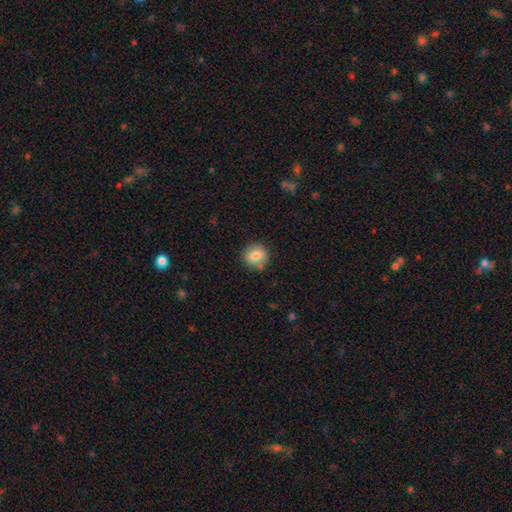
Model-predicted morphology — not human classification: This appears to be a smooth galaxy with no disk features (81%) that is round (87%). Merging: none (83%).